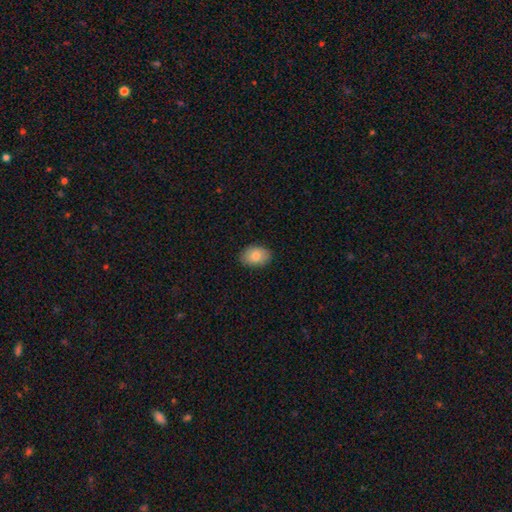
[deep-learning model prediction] smooth-or-featured: smooth: 83% | featured or disk: 10% | star or artifact: 7%
  how-rounded: in between: 86% | round: 13% | cigar-shaped: 1%
  merging: none: 88% | minor disturbance: 9% | major disturbance: 2% | merger: 1%